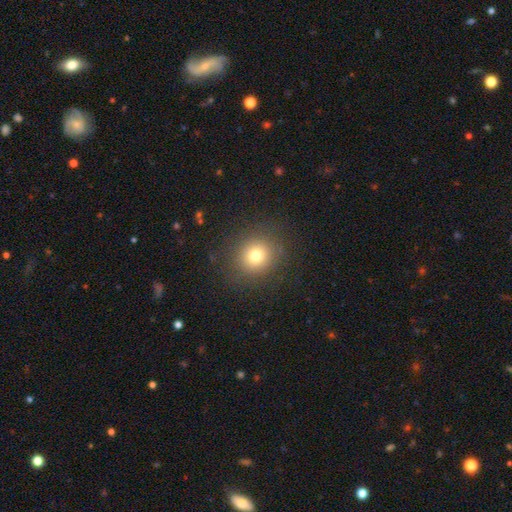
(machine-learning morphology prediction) This appears to be a smooth galaxy with no disk features (76%) that is round (85%). Merging: none (87%).